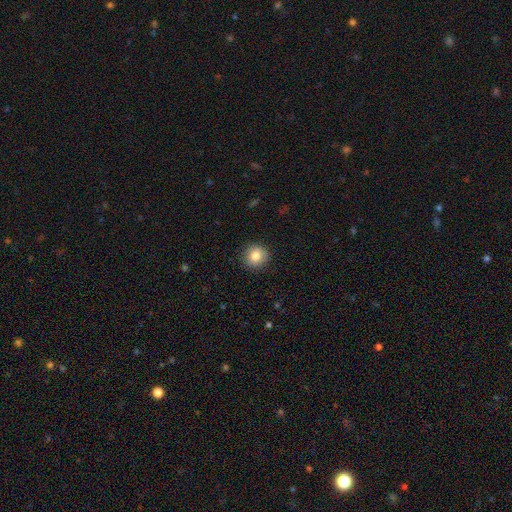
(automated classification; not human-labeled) This is clearly a smooth galaxy (83%). How rounded: clearly round (91%). Merging: clearly none (90%).